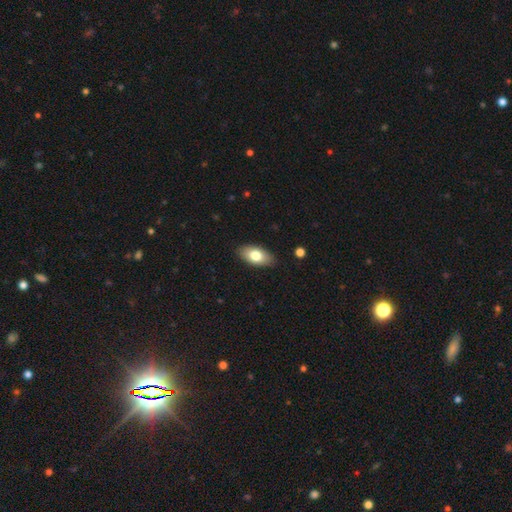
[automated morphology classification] Overall: smooth (76%). How rounded: in between (93%). Merging: none (87%).